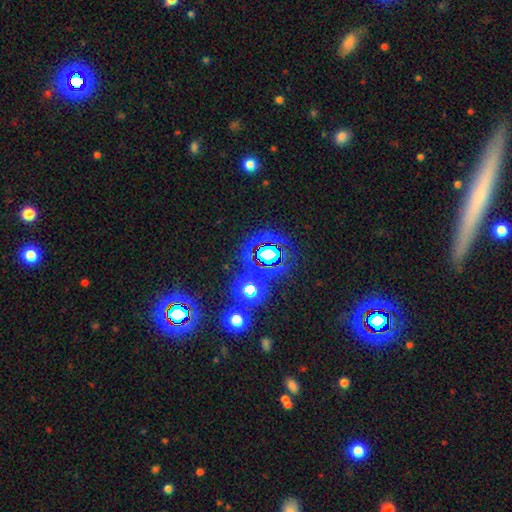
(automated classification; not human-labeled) A star or artifact, not a galaxy (76%).